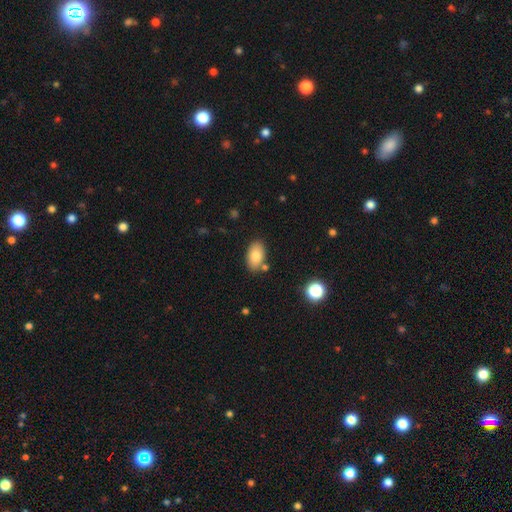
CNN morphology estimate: Overall: smooth (82%). How rounded: in between (92%). Merging: none (79%).